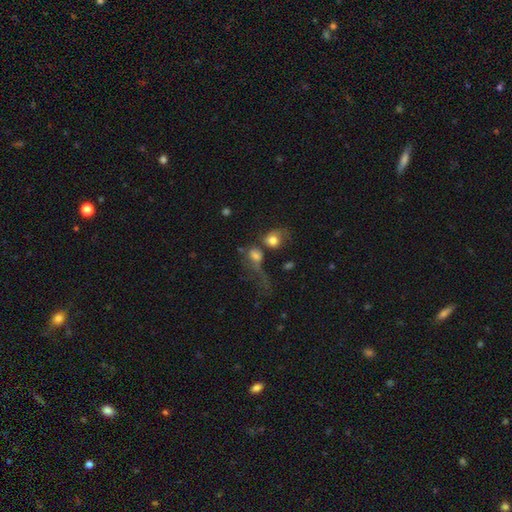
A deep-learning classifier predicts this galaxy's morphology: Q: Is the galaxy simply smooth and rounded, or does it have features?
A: smooth — 62%.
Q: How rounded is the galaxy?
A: in between — 51%.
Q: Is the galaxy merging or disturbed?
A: merger — 39%.